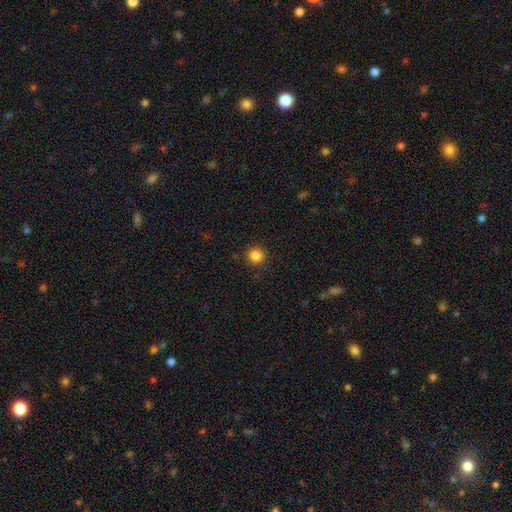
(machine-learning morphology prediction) smooth-or-featured: smooth: 85% | star or artifact: 11% | featured or disk: 4%
  how-rounded: round: 95% | in between: 4% | cigar-shaped: 1%
  merging: none: 91% | minor disturbance: 6% | major disturbance: 2% | merger: 1%